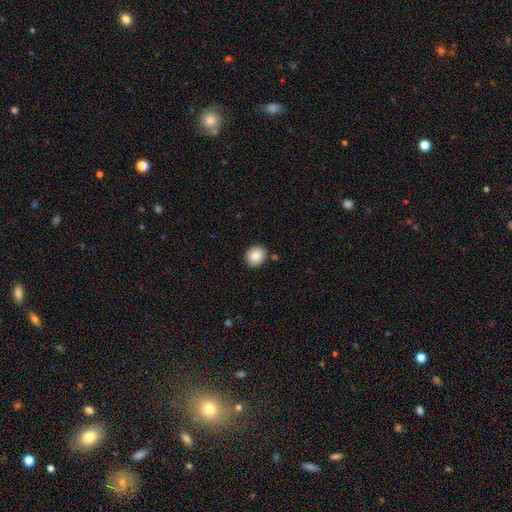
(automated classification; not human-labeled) Smooth or featured? Predicted: smooth (p=0.85). How rounded? Predicted: round (p=0.81). Merging? Predicted: none (p=0.89).